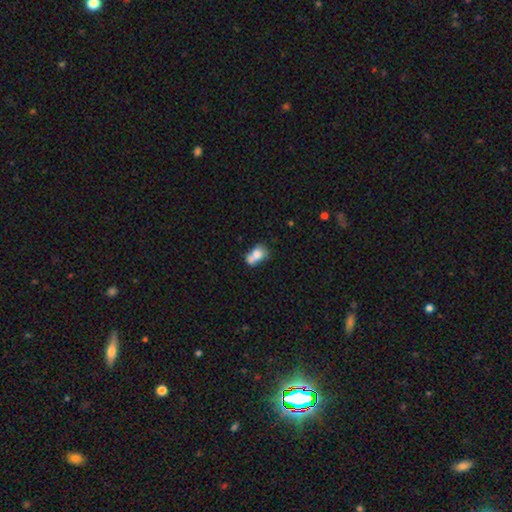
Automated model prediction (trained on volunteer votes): A smooth galaxy with no disk features (72%) that is in between round and cigar-shaped (63%). Merging: merger (58%).